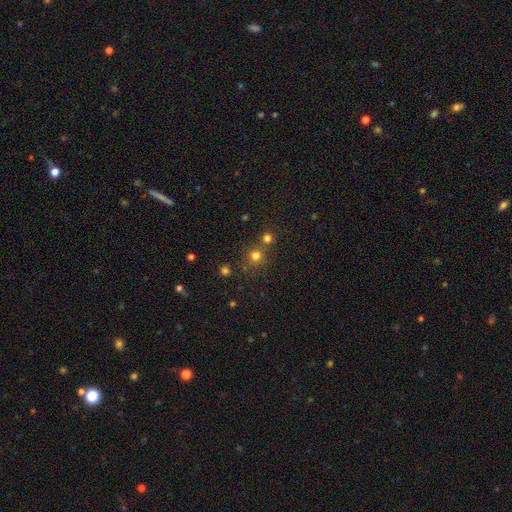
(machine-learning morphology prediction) type=smooth (73%); roundness=round (91%); merging=none (67%).